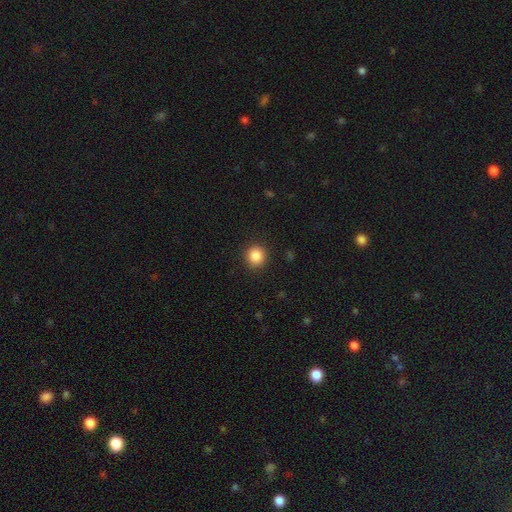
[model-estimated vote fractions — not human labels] smooth-or-featured: smooth: 86% | star or artifact: 10% | featured or disk: 4%
  how-rounded: round: 91% | in between: 8% | cigar-shaped: 1%
  merging: none: 91% | minor disturbance: 6% | major disturbance: 2% | merger: 1%